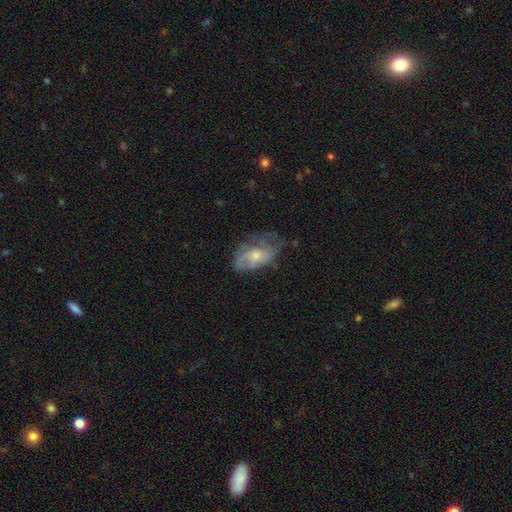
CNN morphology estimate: featured or disk 57%, smooth 35%, star or artifact 8%. Down the decision tree: edge-on disk — no (95%); bar — no (78%); spiral arms — yes (69%); bulge size — moderate (46%); merging — none (46%).